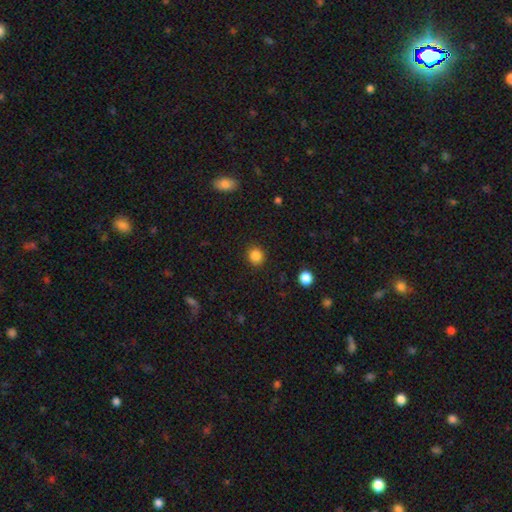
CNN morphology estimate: Smooth or featured: smooth — 85% (star or artifact — 11%)
How rounded: round — 86% (in between — 13%)
Merging: none — 91% (minor disturbance — 6%)